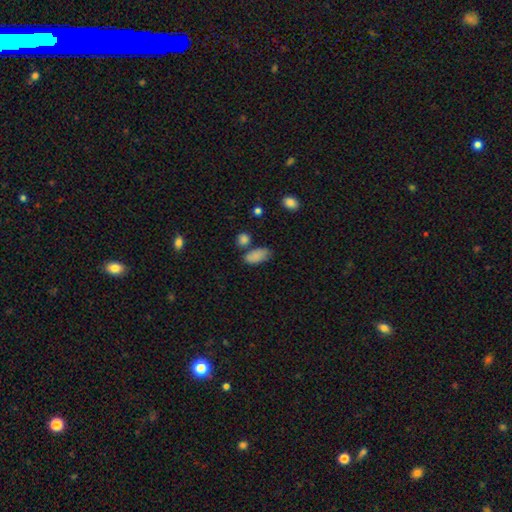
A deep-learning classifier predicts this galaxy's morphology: Smooth or featured: smooth — 86% (star or artifact — 9%)
How rounded: in between — 91% (cigar-shaped — 5%)
Merging: none — 61% (minor disturbance — 20%)